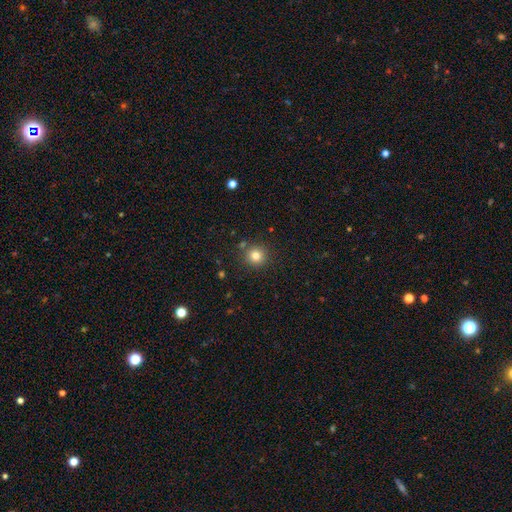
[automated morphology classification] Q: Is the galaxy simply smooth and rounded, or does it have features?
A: smooth — 81%.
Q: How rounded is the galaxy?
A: round — 93%.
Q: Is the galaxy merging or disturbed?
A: none — 87%.